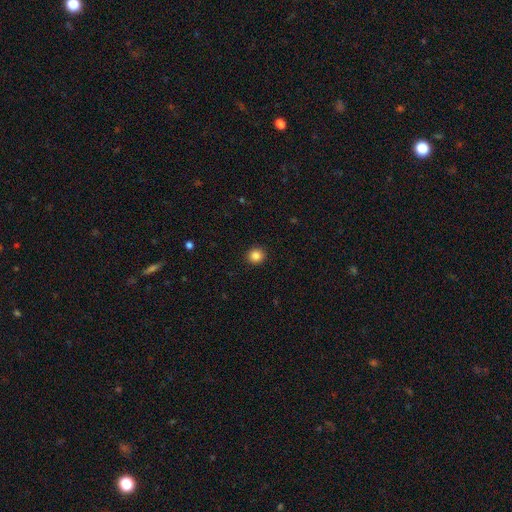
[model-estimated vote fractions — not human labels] smooth_or_featured: smooth (p=0.86) [alt: star or artifact p=0.11]
how_rounded: round (p=0.92) [alt: in between p=0.07]
merging: none (p=0.93) [alt: minor disturbance p=0.05]